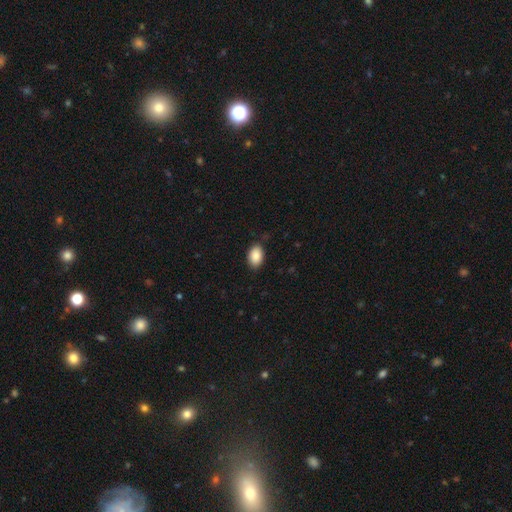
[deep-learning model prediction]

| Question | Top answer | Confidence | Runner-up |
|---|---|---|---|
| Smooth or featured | smooth | 88% | star or artifact (7%) |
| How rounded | in between | 90% | round (9%) |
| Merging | none | 86% | minor disturbance (11%) |